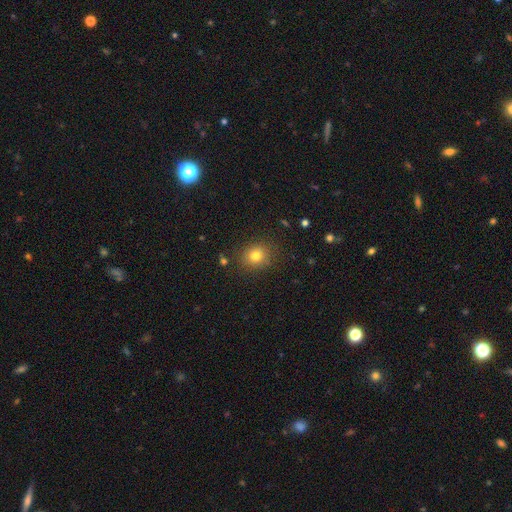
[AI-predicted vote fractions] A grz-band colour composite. It shows a smooth galaxy with no disk features (78%) that is round (74%). Merging: none (86%).